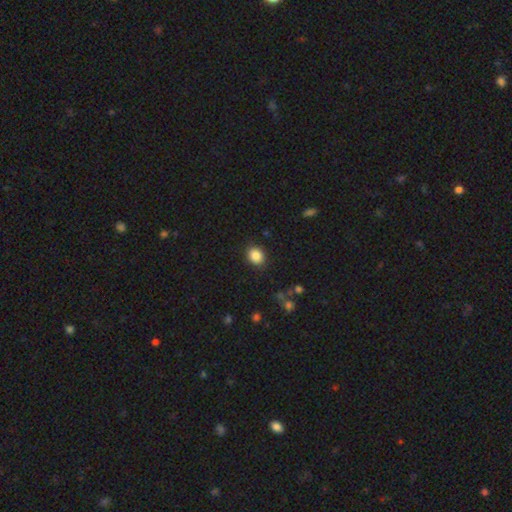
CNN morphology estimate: Smooth or featured? Predicted: smooth (p=0.86). How rounded? Predicted: round (p=0.56). Merging? Predicted: none (p=0.88).